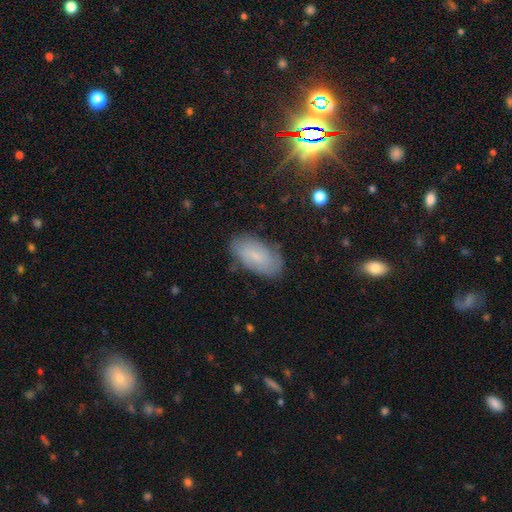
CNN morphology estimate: Smooth or featured?
  - smooth: 55% *
  - featured or disk: 34%
  - star or artifact: 11%
How rounded?
  - in between: 92% *
  - cigar-shaped: 5%
  - round: 3%
Merging?
  - none: 79% *
  - minor disturbance: 16%
  - major disturbance: 4%
  - merger: 1%